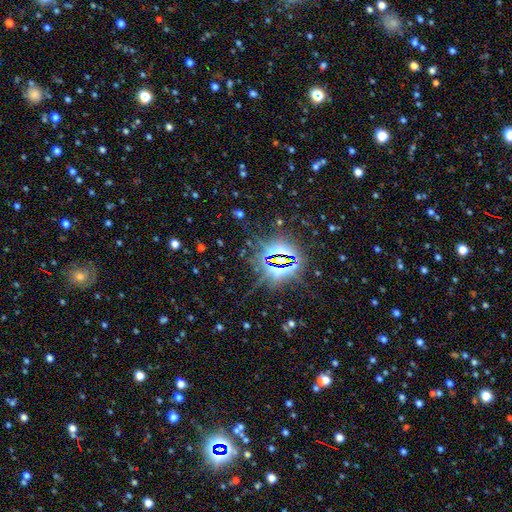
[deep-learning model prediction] Morphology: type=star or artifact (82%).